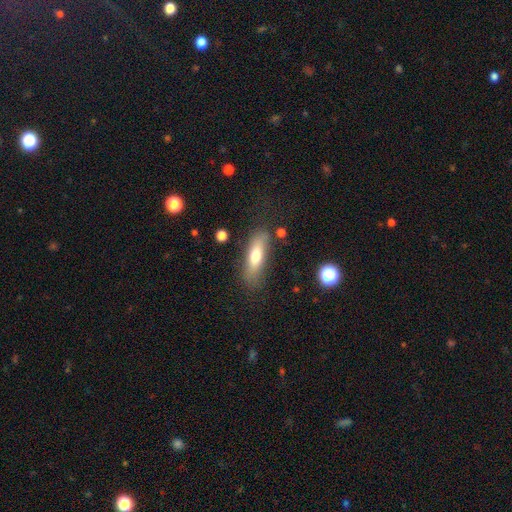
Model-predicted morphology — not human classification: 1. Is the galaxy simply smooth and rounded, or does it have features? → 69% smooth, 24% featured or disk, 7% star or artifact.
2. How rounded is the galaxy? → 51% in between, 46% cigar-shaped, 3% round.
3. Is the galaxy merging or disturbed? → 75% none, 16% minor disturbance, 6% major disturbance, 3% merger.